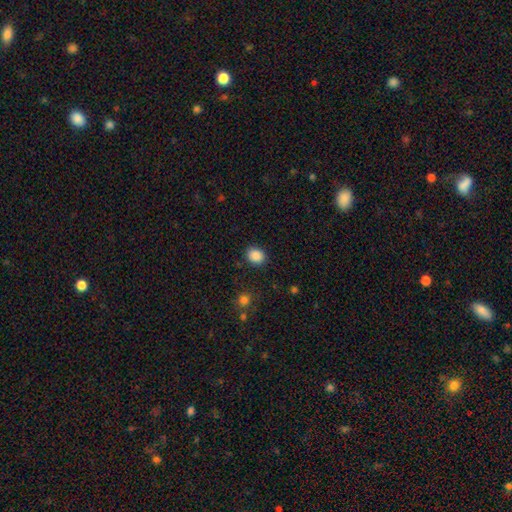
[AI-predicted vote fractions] The model was most divided on "how rounded": round: 57%, in between: 42%, cigar-shaped: 1%. More confident: smooth or featured — smooth (88%); merging — none (87%).